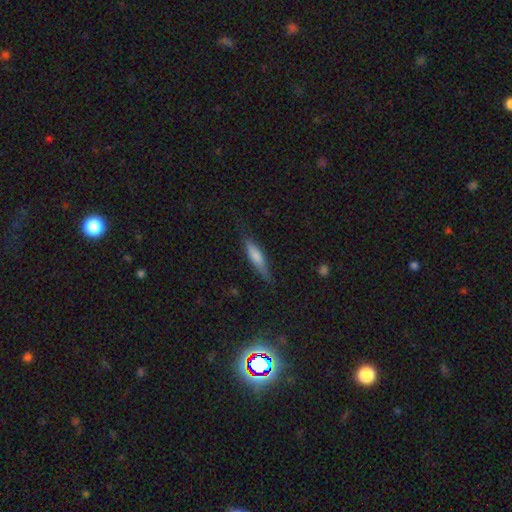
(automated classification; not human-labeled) Smooth or featured? Predicted: smooth (p=0.51). How rounded? Predicted: cigar-shaped (p=0.80). Merging? Predicted: none (p=0.81).